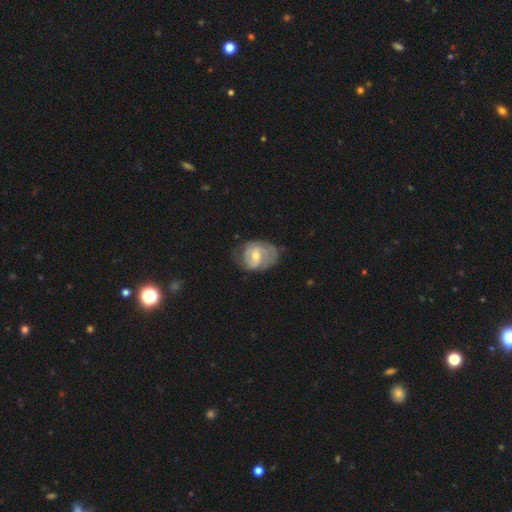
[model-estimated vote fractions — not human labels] Q: Smooth or featured?
A: featured or disk (70%); runner-up: smooth (24%)
Q: Edge-on disk?
A: no (97%); runner-up: yes (3%)
Q: Bar?
A: weak (48%); runner-up: no (40%)
Q: Spiral arms?
A: yes (86%); runner-up: no (14%)
Q: Spiral winding?
A: tight (42%); runner-up: medium (40%)
Q: Spiral arm count?
A: 2 (59%); runner-up: can't tell (23%)
Q: Bulge size?
A: moderate (60%); runner-up: small (35%)
Q: Merging?
A: none (55%); runner-up: minor disturbance (29%)